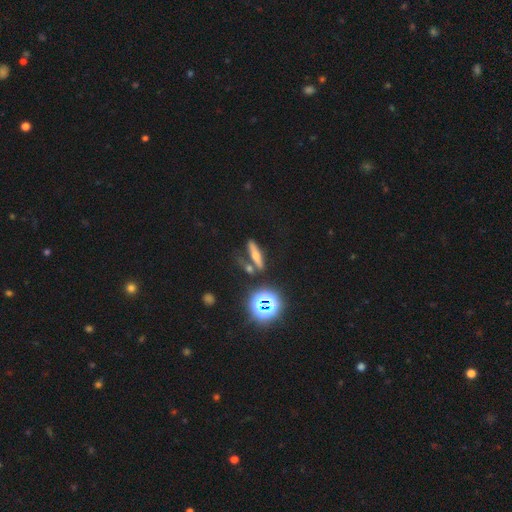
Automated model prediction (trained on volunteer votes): A featured or disk galaxy (40%). Merging: none (73%).